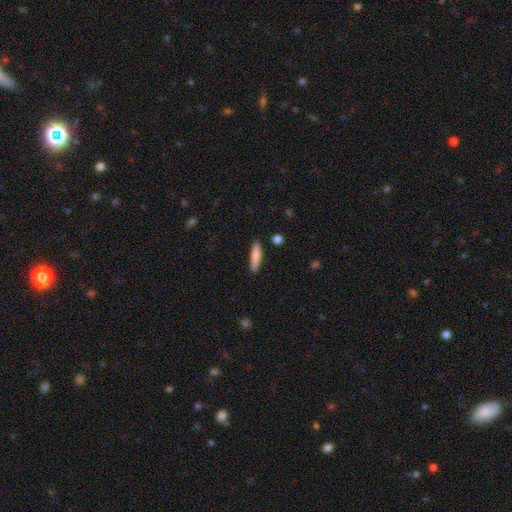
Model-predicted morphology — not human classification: Smooth or featured? Predicted: smooth (p=0.81). How rounded? Predicted: cigar-shaped (p=0.79). Merging? Predicted: none (p=0.87).